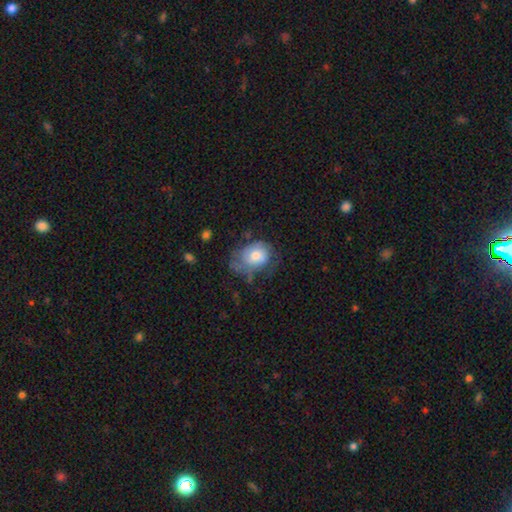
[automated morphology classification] This appears to be a smooth galaxy with no disk features (59%) that is in between round and cigar-shaped (57%). Merging: none (39%).